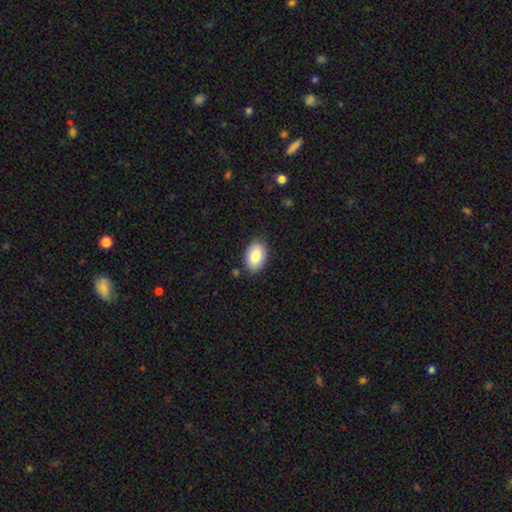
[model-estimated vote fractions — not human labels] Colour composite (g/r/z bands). It shows a smooth galaxy with no disk features (83%) that is in between round and cigar-shaped (88%). Merging: none (85%).